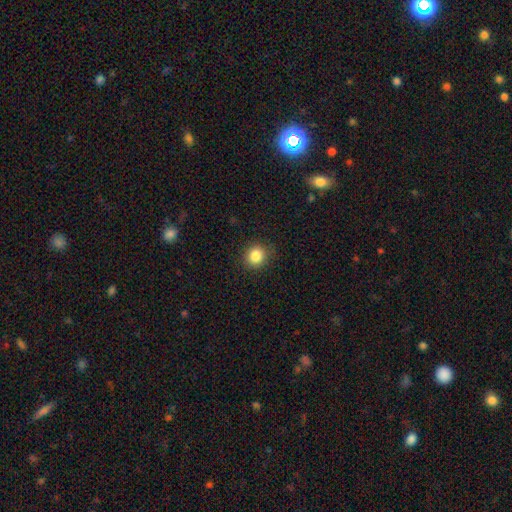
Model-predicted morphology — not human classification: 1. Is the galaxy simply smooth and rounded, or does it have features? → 85% smooth, 10% star or artifact, 5% featured or disk.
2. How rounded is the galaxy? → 86% round, 13% in between, 1% cigar-shaped.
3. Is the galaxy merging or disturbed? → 88% none, 8% minor disturbance, 3% major disturbance, 1% merger.